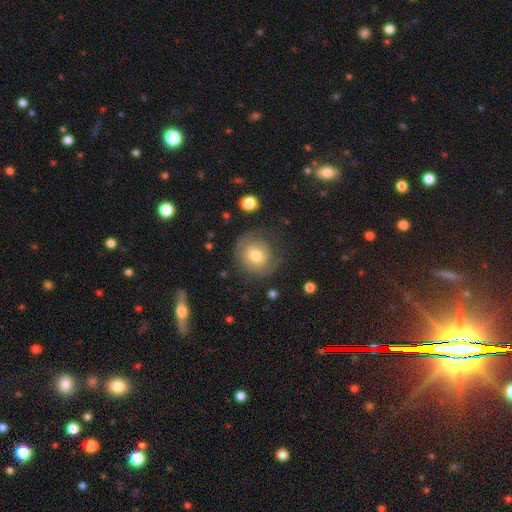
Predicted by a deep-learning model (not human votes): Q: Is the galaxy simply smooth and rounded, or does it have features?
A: smooth — 55%.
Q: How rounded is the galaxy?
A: round — 84%.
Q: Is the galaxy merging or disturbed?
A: none — 65%.